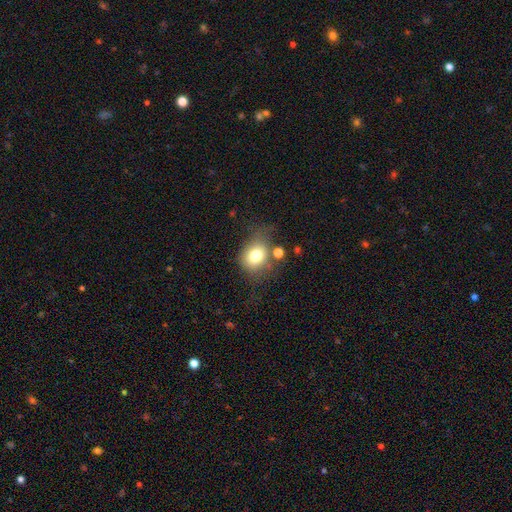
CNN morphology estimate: This is likely a smooth galaxy (74%). How rounded: likely round (60%). Merging: possibly none (53%).